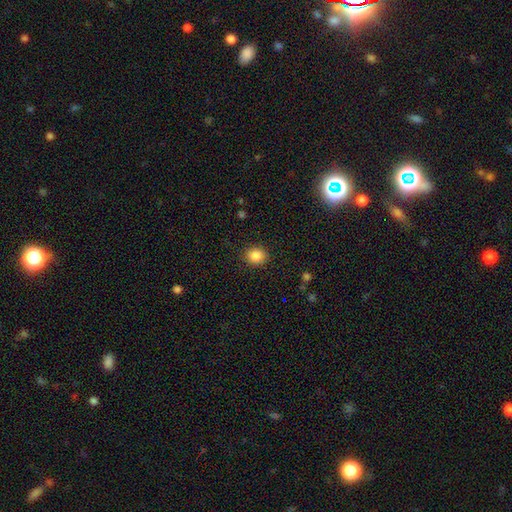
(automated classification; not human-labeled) Overall: smooth (87%). How rounded: round (73%). Merging: none (89%).